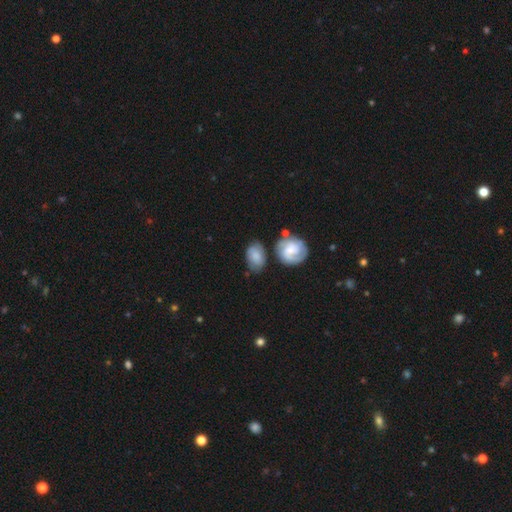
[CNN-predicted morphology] Smooth or featured: smooth — 60% (featured or disk — 33%)
How rounded: in between — 78% (round — 21%)
Merging: none — 59% (minor disturbance — 21%)